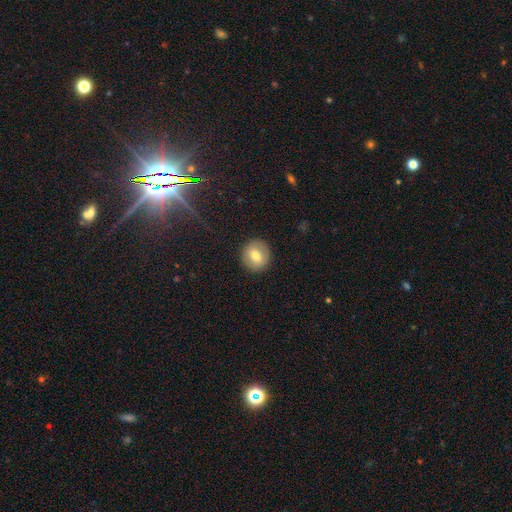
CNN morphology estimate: Smooth or featured: smooth — 67% (featured or disk — 24%)
How rounded: round — 89% (in between — 10%)
Merging: none — 90% (minor disturbance — 7%)